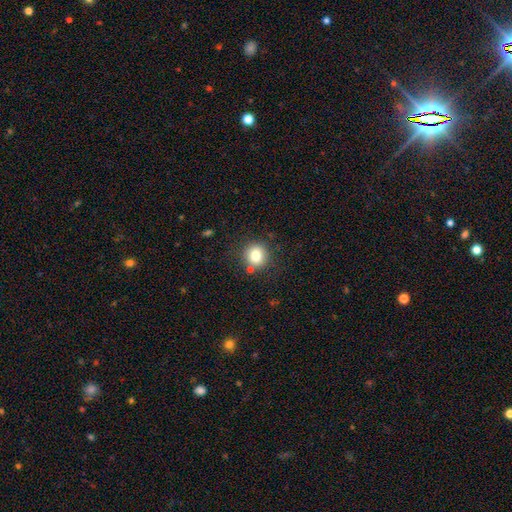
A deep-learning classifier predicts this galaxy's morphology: smooth 80%, star or artifact 12%, featured or disk 9%. Down the decision tree: how rounded — round (90%); merging — none (84%).